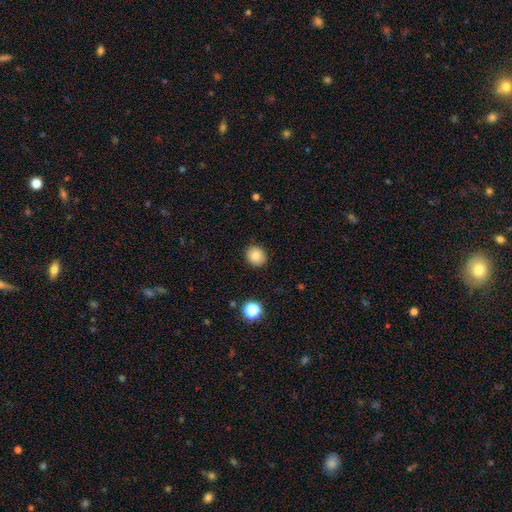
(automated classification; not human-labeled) Morphology: type=smooth (81%); roundness=round (84%); merging=none (90%).